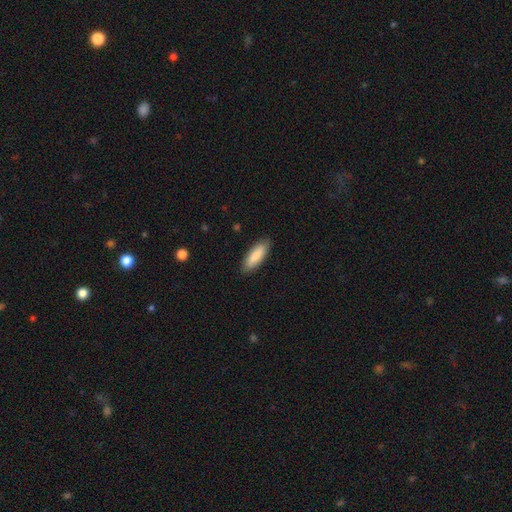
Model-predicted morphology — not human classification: Smooth or featured: smooth — 86% (featured or disk — 9%)
How rounded: in between — 59% (cigar-shaped — 40%)
Merging: none — 88% (minor disturbance — 9%)